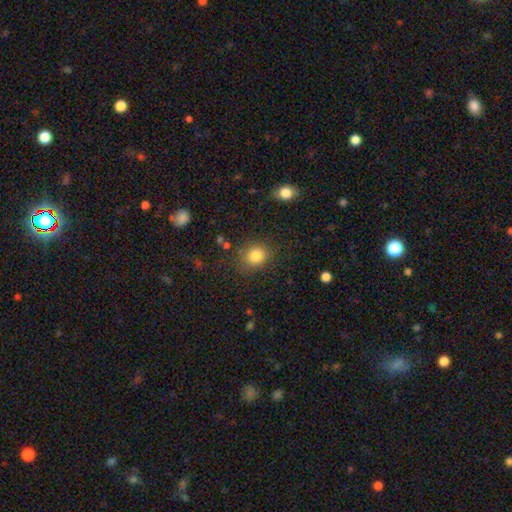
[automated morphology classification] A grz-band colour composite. It shows a smooth galaxy with no disk features (83%) that is round (80%). Merging: none (81%).